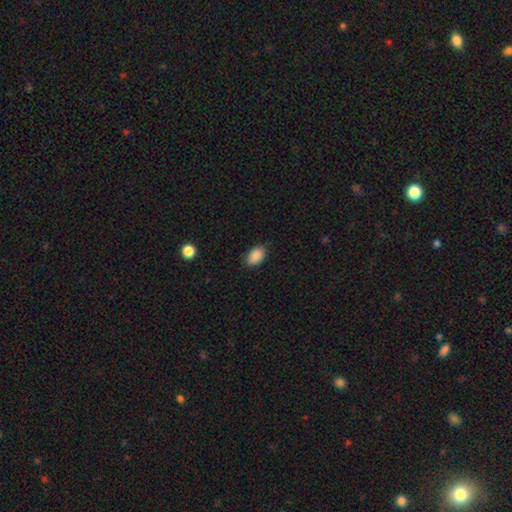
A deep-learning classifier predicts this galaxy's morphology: A smooth galaxy with no disk features (88%) that is in between round and cigar-shaped (86%).

Vote fractions:
- Smooth or featured? smooth: 88% / star or artifact: 8% / featured or disk: 4%
- How rounded? in between: 86% / round: 13% / cigar-shaped: 1%
- Merging? none: 81% / minor disturbance: 15% / major disturbance: 3% / merger: 1%